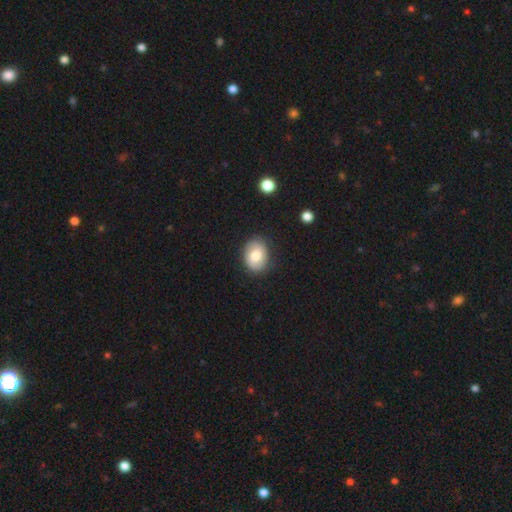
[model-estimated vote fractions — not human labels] Smooth or featured? Predicted: smooth (p=0.75). How rounded? Predicted: in between (p=0.62). Merging? Predicted: none (p=0.83).